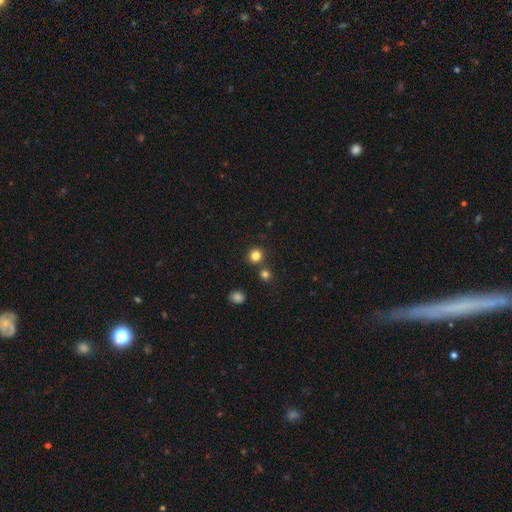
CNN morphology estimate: Smooth or featured?
  - smooth: 81% *
  - star or artifact: 14%
  - featured or disk: 5%
How rounded?
  - round: 91% *
  - in between: 9%
  - cigar-shaped: 1%
Merging?
  - none: 80% *
  - merger: 11%
  - minor disturbance: 7%
  - major disturbance: 2%